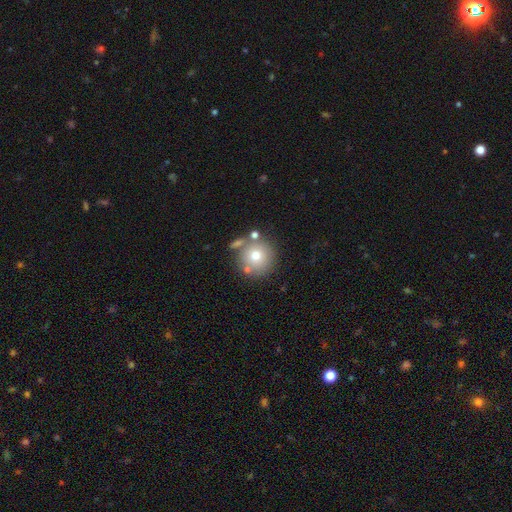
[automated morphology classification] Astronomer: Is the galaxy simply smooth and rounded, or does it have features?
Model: smooth — 70%.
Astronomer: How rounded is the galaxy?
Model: round — 94%.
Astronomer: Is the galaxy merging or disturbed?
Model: none — 72%.